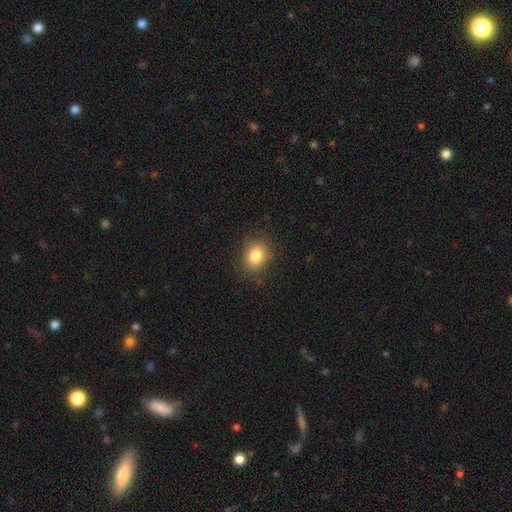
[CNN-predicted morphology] This is clearly a smooth galaxy (83%). How rounded: possibly round (57%). Merging: clearly none (83%).